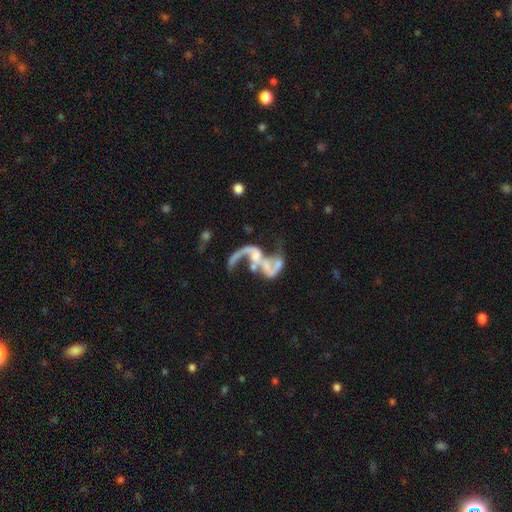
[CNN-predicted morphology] featured or disk 83%, smooth 9%, star or artifact 9%. Down the decision tree: edge-on disk — no (97%); bar — no (53%); spiral arms — yes (79%); spiral arm count — 2 (75%); spiral winding — loose (84%); bulge size — none (42%); merging — merger (40%).